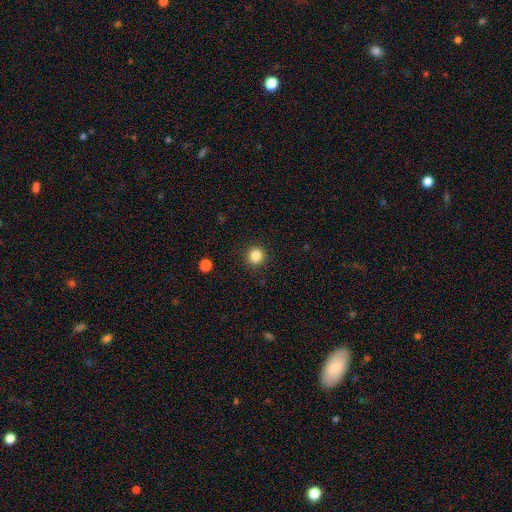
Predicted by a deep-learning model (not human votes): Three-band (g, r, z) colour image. It shows a smooth galaxy with no disk features (85%) that is round (94%). Merging: none (92%).